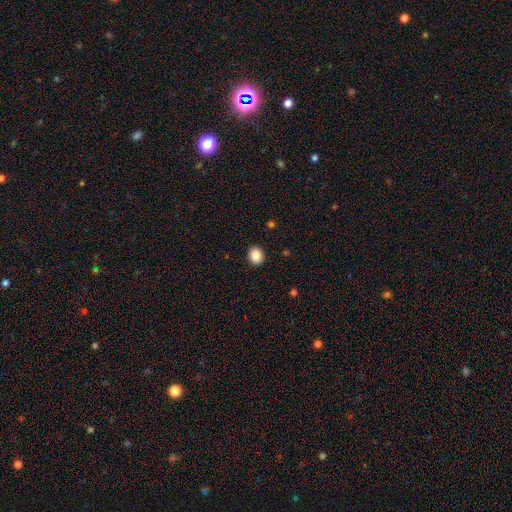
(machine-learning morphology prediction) Smooth or featured: smooth — 87% (star or artifact — 9%)
How rounded: round — 62% (in between — 37%)
Merging: none — 91% (minor disturbance — 6%)